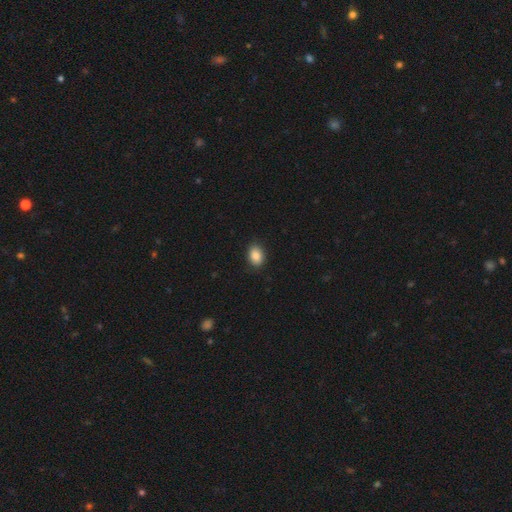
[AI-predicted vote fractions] A smooth galaxy with no disk features (88%) that is in between round and cigar-shaped (76%).

Vote fractions:
- Smooth or featured? smooth: 88% / star or artifact: 8% / featured or disk: 4%
- How rounded? in between: 76% / round: 23% / cigar-shaped: 1%
- Merging? none: 88% / minor disturbance: 9% / major disturbance: 2% / merger: 1%